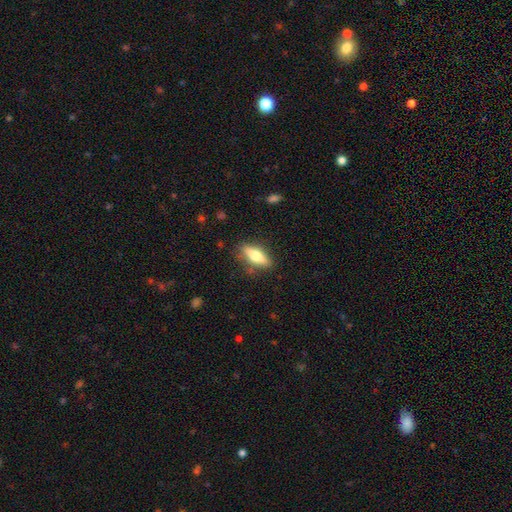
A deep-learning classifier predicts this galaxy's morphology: This appears to be a smooth galaxy with no disk features (62%) that is in between round and cigar-shaped (58%). Merging: none (83%).